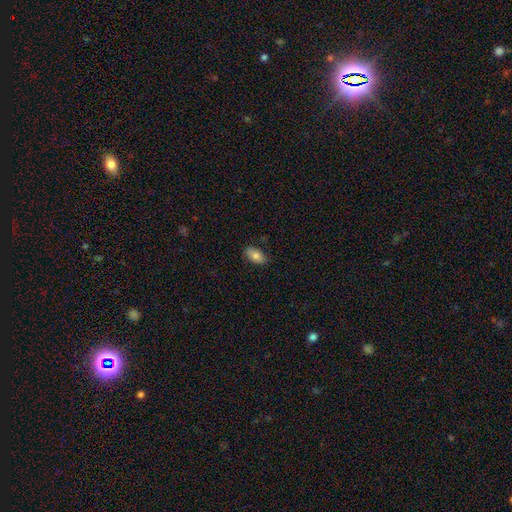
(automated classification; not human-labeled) smooth 78%, featured or disk 14%, star or artifact 7%. Down the decision tree: how rounded — in between (92%); merging — none (82%).